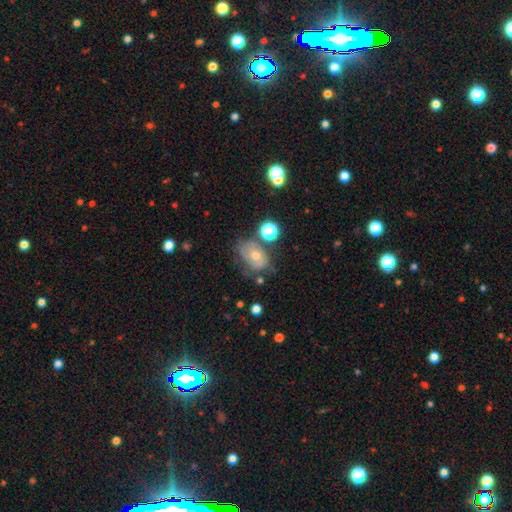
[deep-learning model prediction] A featured or disk galaxy (50%).

Vote fractions:
- Smooth or featured? featured or disk: 50% / smooth: 34% / star or artifact: 16%
- Merging? none: 52% / minor disturbance: 26% / major disturbance: 15% / merger: 7%